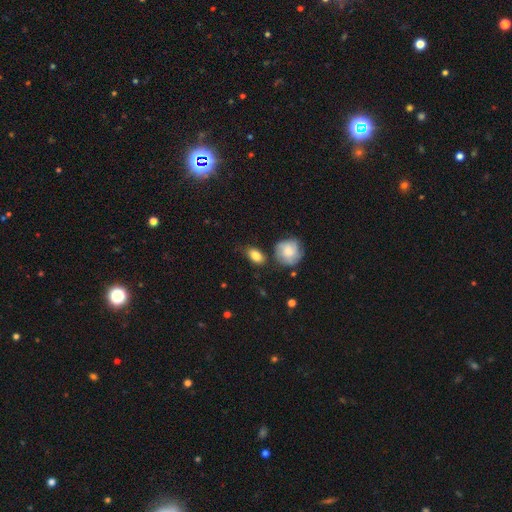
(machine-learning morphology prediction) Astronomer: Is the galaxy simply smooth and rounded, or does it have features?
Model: smooth — 81%.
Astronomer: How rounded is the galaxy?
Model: in between — 79%.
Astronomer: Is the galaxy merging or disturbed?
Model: none — 63%.